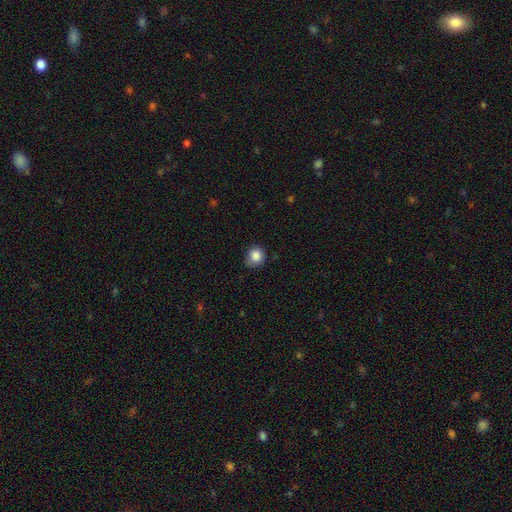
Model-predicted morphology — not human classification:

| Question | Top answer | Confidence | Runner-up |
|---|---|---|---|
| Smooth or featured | smooth | 86% | star or artifact (9%) |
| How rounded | round | 82% | in between (17%) |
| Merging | none | 70% | minor disturbance (25%) |